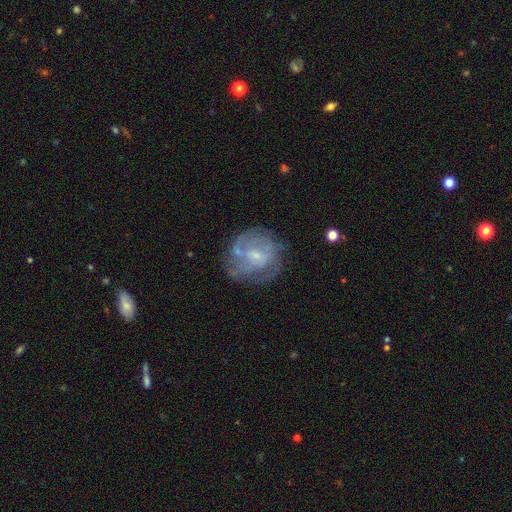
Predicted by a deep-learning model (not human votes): Smooth or featured? featured or disk (69%)
Edge-on disk? no (97%)
Bar? no (46%)
Spiral arms? yes (71%)
Bulge size? small (68%)
Merging? none (61%)